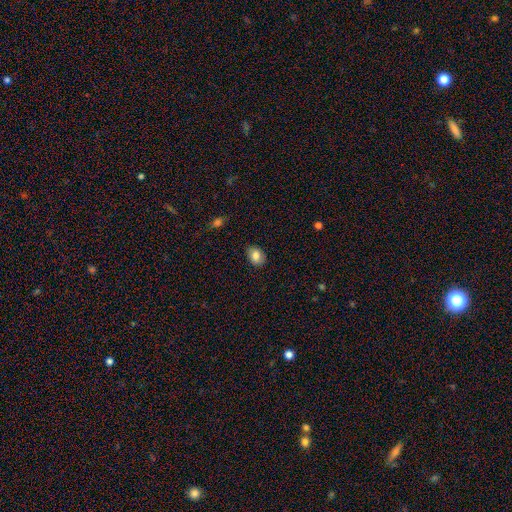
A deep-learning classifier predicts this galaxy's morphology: This appears to be a smooth galaxy with no disk features (82%) that is in between round and cigar-shaped (63%). Merging: none (86%).